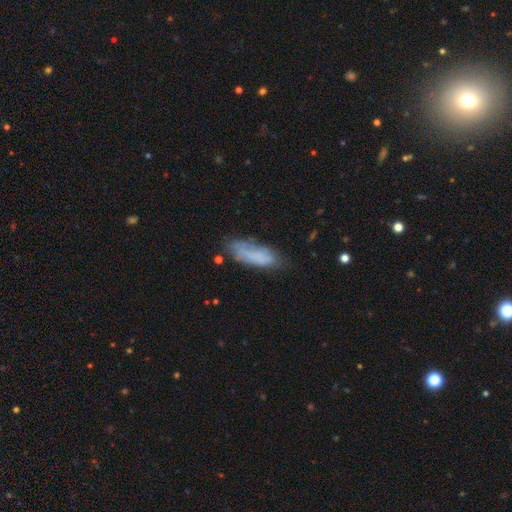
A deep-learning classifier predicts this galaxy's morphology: smooth-or-featured: smooth: 67% | featured or disk: 24% | star or artifact: 9%
  how-rounded: in between: 62% | cigar-shaped: 36% | round: 2%
  merging: none: 53% | minor disturbance: 30% | major disturbance: 13% | merger: 4%